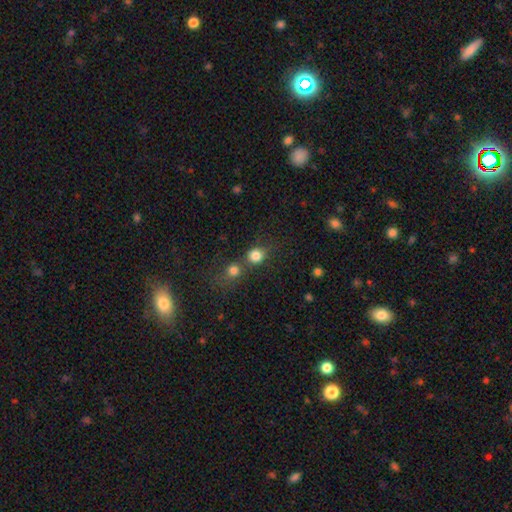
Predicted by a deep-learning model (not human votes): A smooth galaxy with no disk features (81%) that is round (82%).

Vote fractions:
- Smooth or featured? smooth: 81% / star or artifact: 13% / featured or disk: 6%
- How rounded? round: 82% / in between: 16% / cigar-shaped: 1%
- Merging? none: 53% / merger: 34% / minor disturbance: 9% / major disturbance: 5%